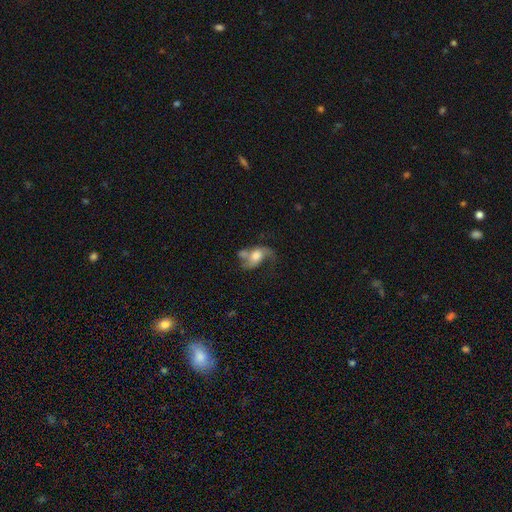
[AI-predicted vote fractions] This appears to be a featured or disk galaxy (56%) with no bar (67%), spiral arms (71%) and a moderate central bulge (46%). Merging: major disturbance (31%).